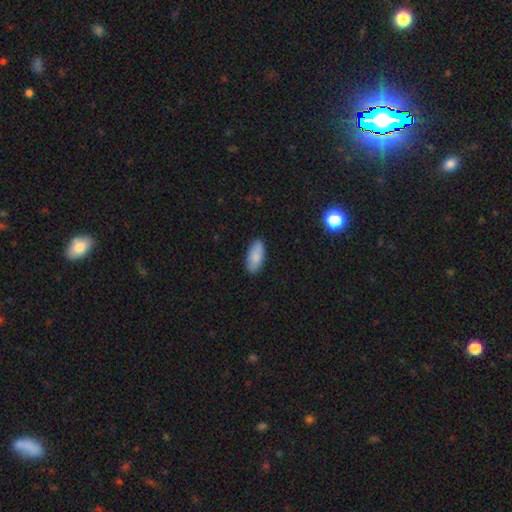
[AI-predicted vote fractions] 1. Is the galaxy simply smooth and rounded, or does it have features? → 85% smooth, 9% featured or disk, 6% star or artifact.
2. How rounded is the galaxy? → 90% in between, 8% cigar-shaped, 2% round.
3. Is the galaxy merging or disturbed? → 86% none, 11% minor disturbance, 2% major disturbance, 1% merger.